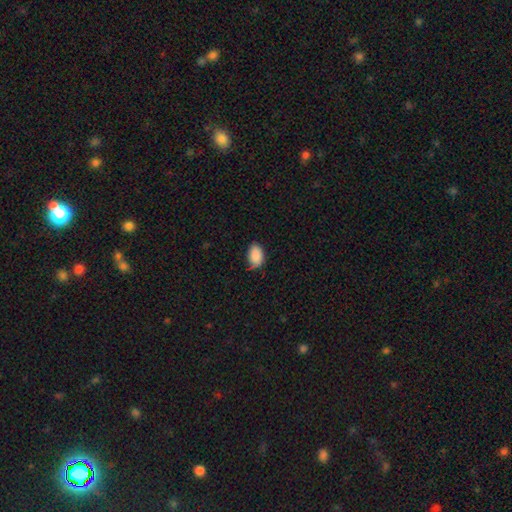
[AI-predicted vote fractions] The model was most divided on "merging": none: 63%, minor disturbance: 29%, major disturbance: 6%, merger: 1%. More confident: how rounded — in between (89%); smooth or featured — smooth (87%).